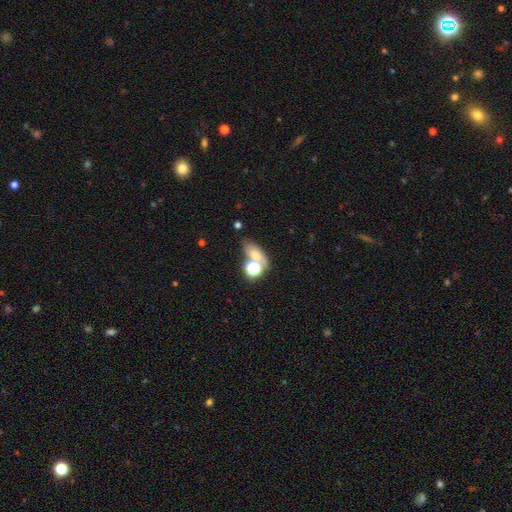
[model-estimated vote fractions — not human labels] smooth 59%, star or artifact 22%, featured or disk 19%. Down the decision tree: how rounded — in between (68%); merging — none (47%).